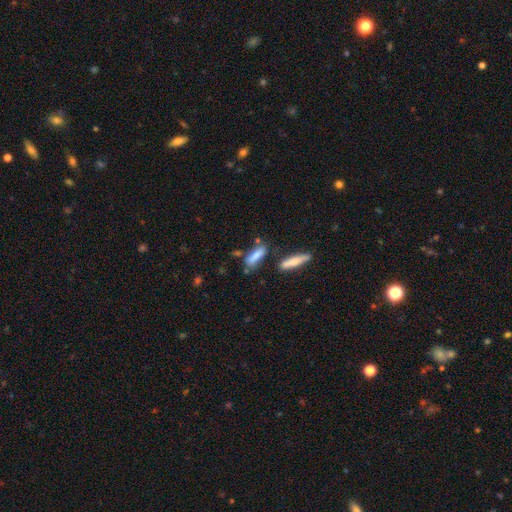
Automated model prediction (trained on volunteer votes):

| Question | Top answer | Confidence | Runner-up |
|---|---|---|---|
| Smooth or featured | smooth | 75% | featured or disk (17%) |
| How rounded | cigar-shaped | 56% | in between (42%) |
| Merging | none | 62% | minor disturbance (18%) |